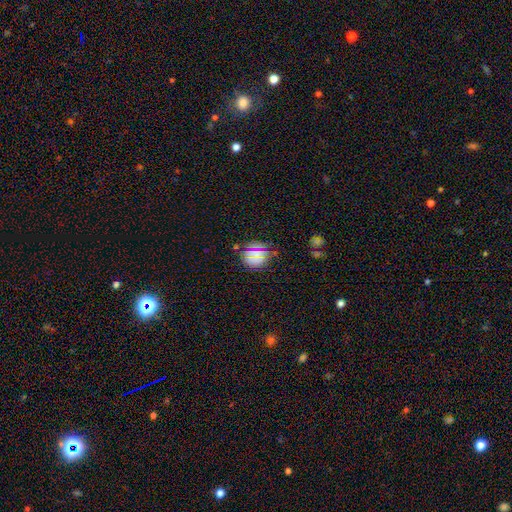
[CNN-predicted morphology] The model was most divided on "smooth or featured": smooth: 63%, star or artifact: 27%, featured or disk: 10%. More confident: how rounded — round (79%); merging — none (78%).